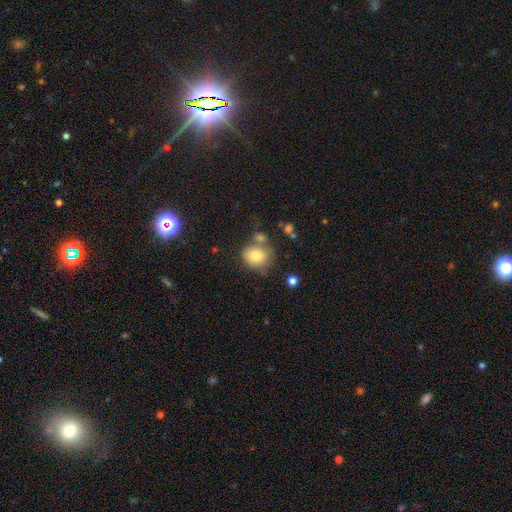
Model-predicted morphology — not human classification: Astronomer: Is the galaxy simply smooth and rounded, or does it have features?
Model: smooth — 78%.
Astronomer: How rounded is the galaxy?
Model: round — 77%.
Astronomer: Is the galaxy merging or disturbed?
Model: none — 60%.